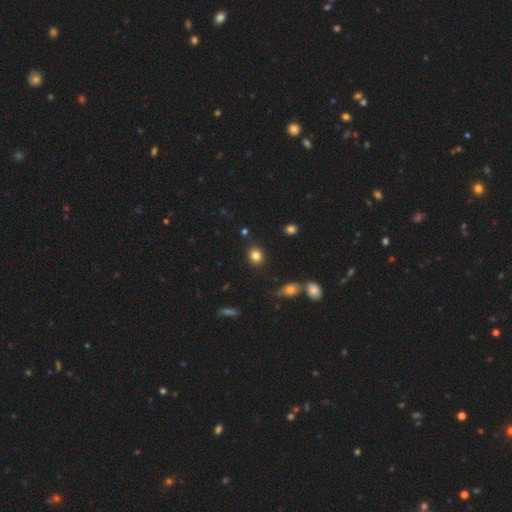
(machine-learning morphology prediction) The model was most divided on "how rounded": round: 67%, in between: 31%, cigar-shaped: 1%. More confident: merging — none (87%); smooth or featured — smooth (83%).